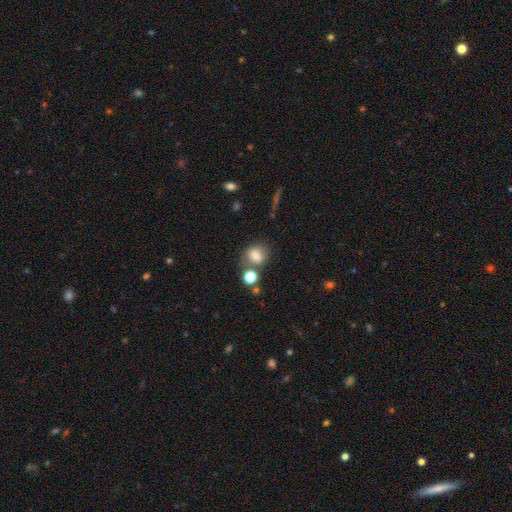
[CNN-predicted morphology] Q: Smooth or featured?
A: smooth (78%); runner-up: star or artifact (12%)
Q: How rounded?
A: round (66%); runner-up: in between (33%)
Q: Merging?
A: none (62%); runner-up: merger (19%)